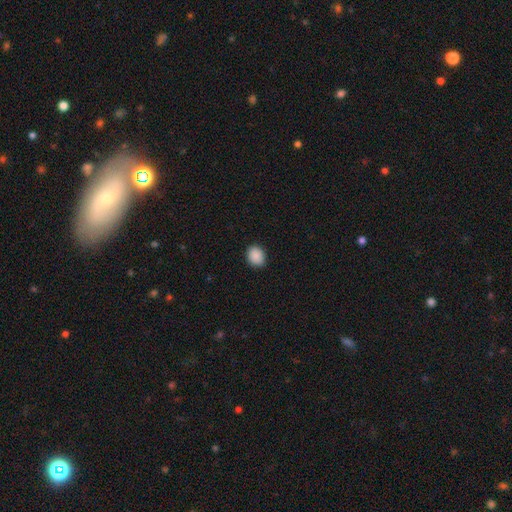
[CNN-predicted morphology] This appears to be a smooth galaxy with no disk features (90%) that is round (50%). Merging: none (87%).